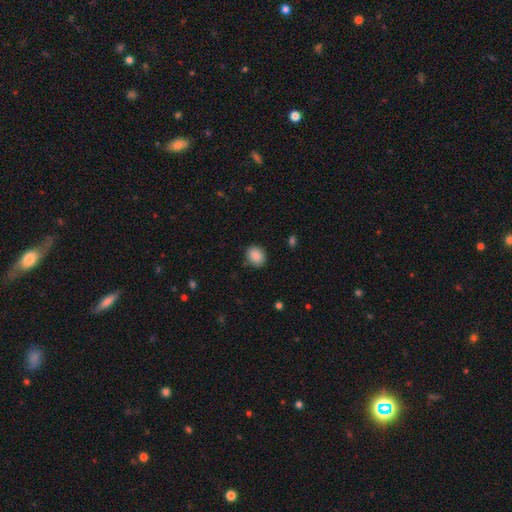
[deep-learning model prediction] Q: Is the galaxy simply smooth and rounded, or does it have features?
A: smooth — 88%.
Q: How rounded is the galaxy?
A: round — 50%.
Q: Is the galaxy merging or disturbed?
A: none — 84%.